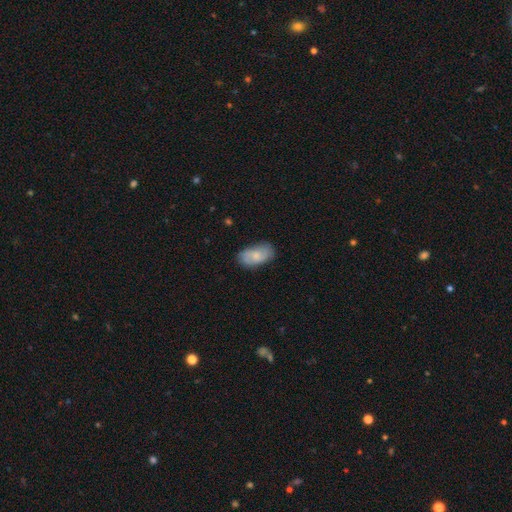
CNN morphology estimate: Smooth or featured?
  - smooth: 73% *
  - featured or disk: 20%
  - star or artifact: 6%
How rounded?
  - in between: 93% *
  - round: 4%
  - cigar-shaped: 3%
Merging?
  - none: 73% *
  - minor disturbance: 21%
  - major disturbance: 4%
  - merger: 2%